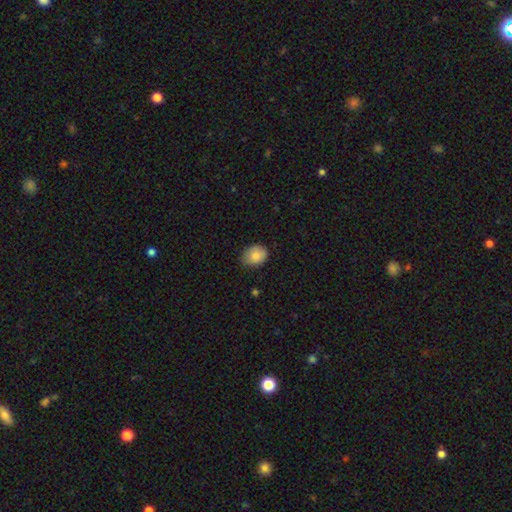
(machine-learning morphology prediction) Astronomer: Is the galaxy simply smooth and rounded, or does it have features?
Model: smooth — 83%.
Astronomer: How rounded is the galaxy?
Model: in between — 56% (runner-up: round, 43%).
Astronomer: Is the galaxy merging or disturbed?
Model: none — 76%.